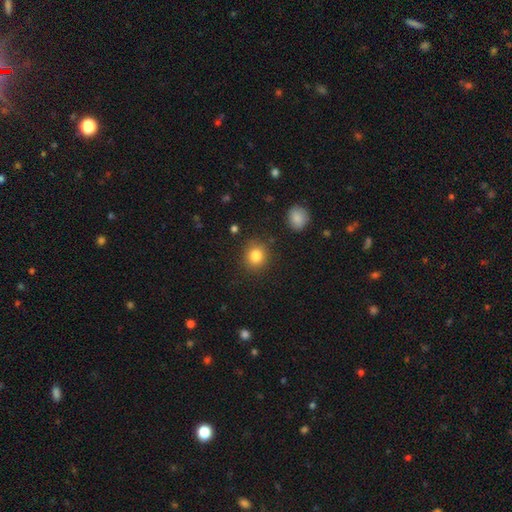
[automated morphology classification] A smooth galaxy with no disk features (83%) that is round (82%). Merging: none (88%).